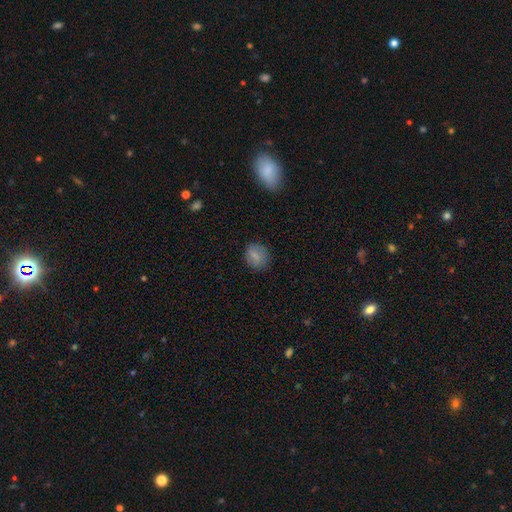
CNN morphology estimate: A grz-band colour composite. It shows a smooth galaxy with no disk features (76%) that is round (66%). Merging: none (80%).